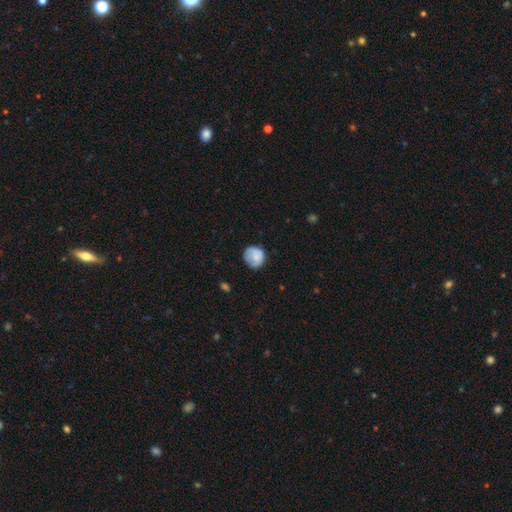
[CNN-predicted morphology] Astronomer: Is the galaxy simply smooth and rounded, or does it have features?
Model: smooth — 80%.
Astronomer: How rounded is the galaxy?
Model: round — 85%.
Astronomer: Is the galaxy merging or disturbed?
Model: none — 66%.